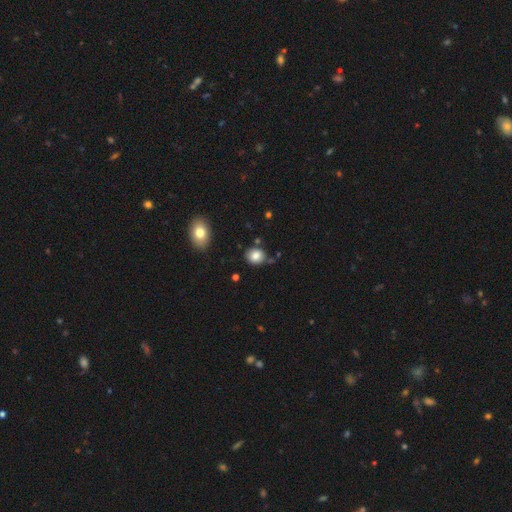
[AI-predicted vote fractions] Smooth or featured: smooth — 83% (star or artifact — 10%)
How rounded: round — 70% (in between — 29%)
Merging: none — 80% (minor disturbance — 12%)